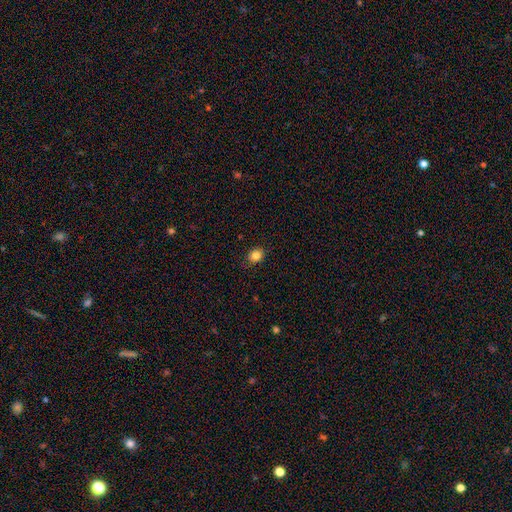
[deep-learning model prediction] smooth 83%, star or artifact 10%, featured or disk 6%. Down the decision tree: how rounded — round (58%); merging — none (83%).